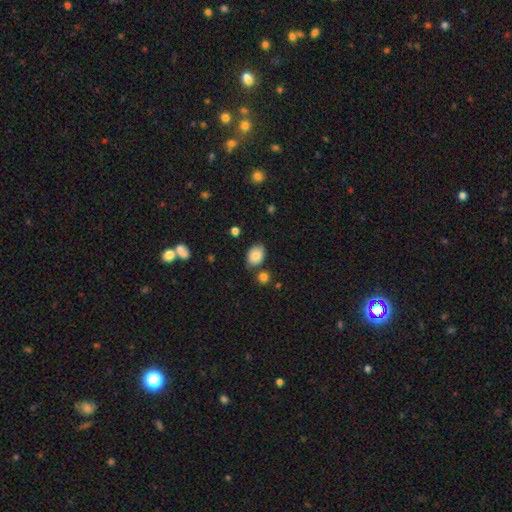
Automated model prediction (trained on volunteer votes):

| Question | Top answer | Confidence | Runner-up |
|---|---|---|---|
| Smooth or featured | smooth | 83% | featured or disk (9%) |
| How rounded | in between | 81% | round (18%) |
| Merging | none | 71% | minor disturbance (17%) |